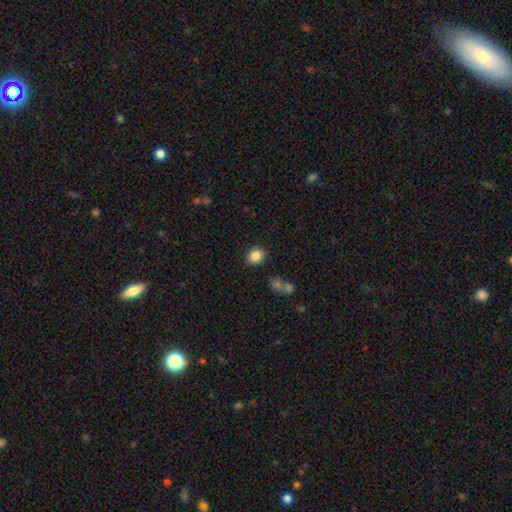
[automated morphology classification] Overall: smooth (85%). How rounded: round (56%; in between 43%). Merging: none (85%).